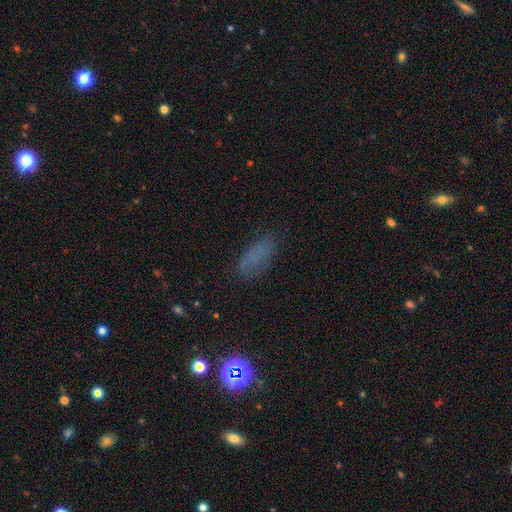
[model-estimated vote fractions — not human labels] smooth_or_featured: smooth (p=0.66) [alt: star or artifact p=0.19]
how_rounded: in between (p=0.74) [alt: cigar-shaped p=0.22]
merging: none (p=0.73) [alt: minor disturbance p=0.18]